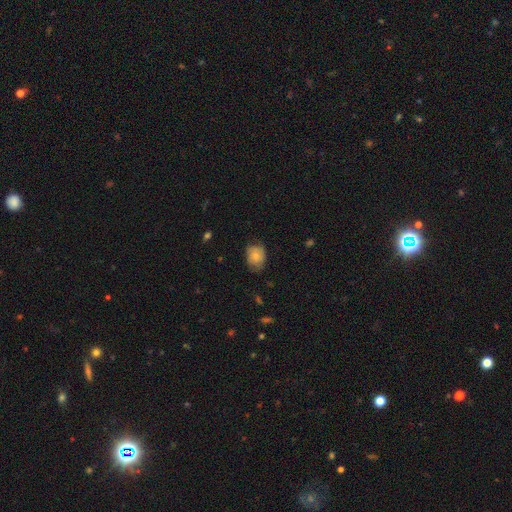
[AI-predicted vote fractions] smooth_or_featured: smooth (p=0.76) [alt: featured or disk p=0.16]
how_rounded: in between (p=0.53) [alt: round p=0.46]
merging: none (p=0.61) [alt: minor disturbance p=0.31]